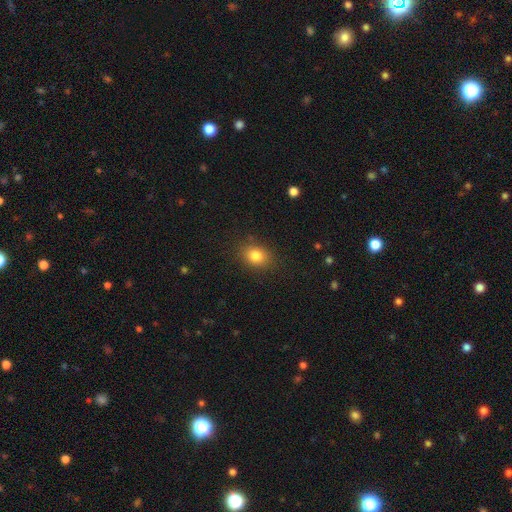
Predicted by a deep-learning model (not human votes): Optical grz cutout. It shows a smooth galaxy with no disk features (82%) that is in between round and cigar-shaped (54%). Merging: none (85%).